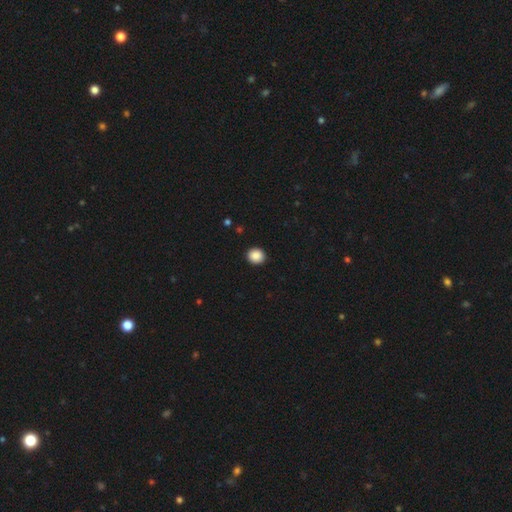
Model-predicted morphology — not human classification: Smooth or featured: smooth — 88% (star or artifact — 9%)
How rounded: round — 84% (in between — 15%)
Merging: none — 92% (minor disturbance — 5%)